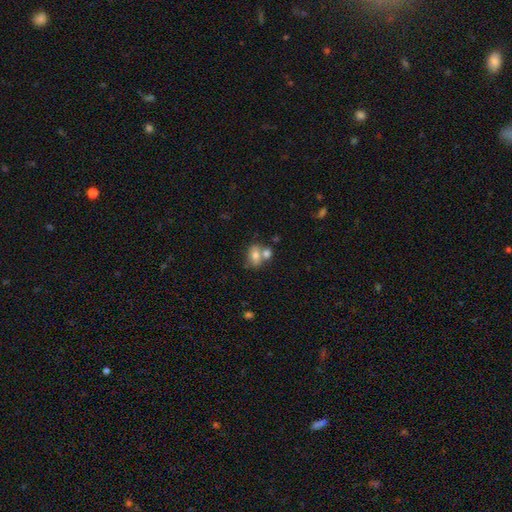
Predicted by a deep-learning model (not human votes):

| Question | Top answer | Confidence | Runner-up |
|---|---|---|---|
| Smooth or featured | smooth | 74% | featured or disk (17%) |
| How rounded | in between | 73% | round (25%) |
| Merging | merger | 44% | none (39%) |